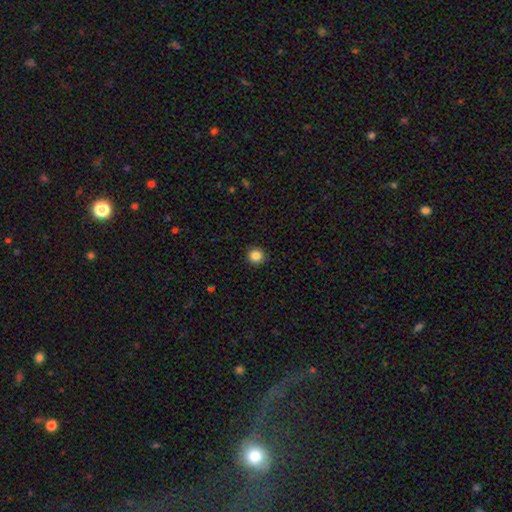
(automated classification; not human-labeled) Smooth or featured? smooth (86%)
How rounded? round (95%)
Merging? none (93%)